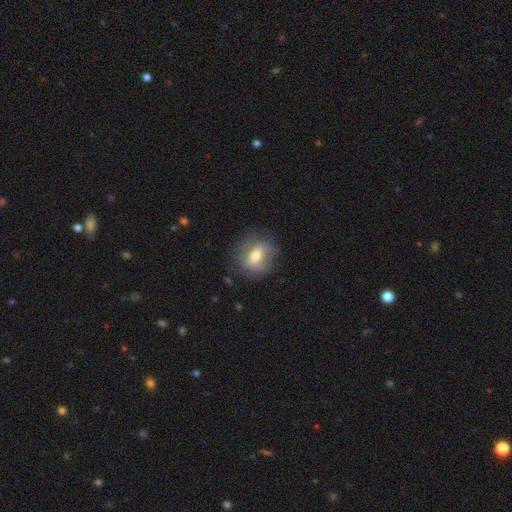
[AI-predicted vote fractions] Q: Smooth or featured?
A: smooth (48%); runner-up: featured or disk (44%)
Q: Merging?
A: none (76%); runner-up: minor disturbance (16%)